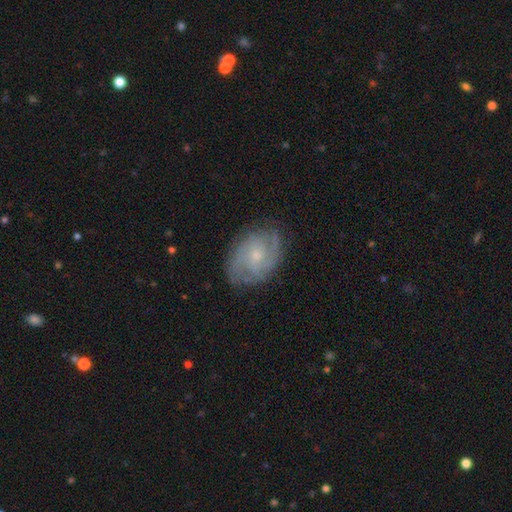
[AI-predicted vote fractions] Smooth or featured? featured or disk (80%)
Edge-on disk? no (97%)
Bar? no (68%)
Spiral arms? yes (94%)
Spiral winding? tight (46%)
Spiral arm count? 2 (32%)
Bulge size? small (68%)
Merging? none (77%)